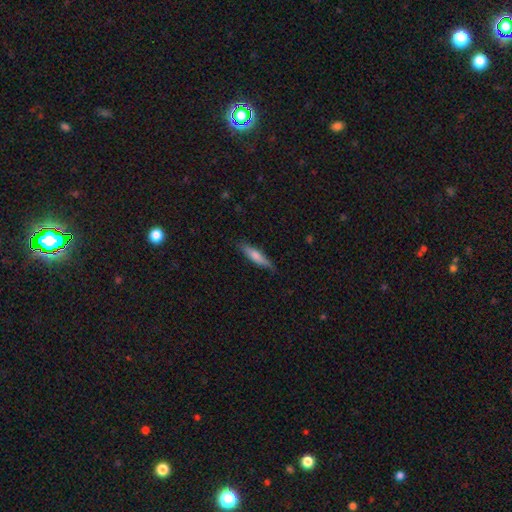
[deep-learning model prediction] Smooth or featured? Predicted: smooth (p=0.69). How rounded? Predicted: cigar-shaped (p=0.81). Merging? Predicted: none (p=0.79).